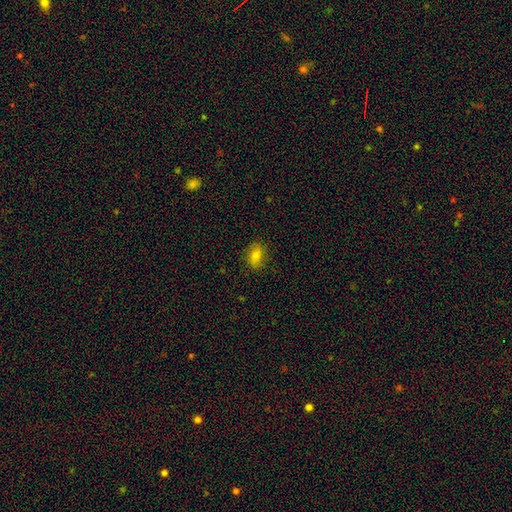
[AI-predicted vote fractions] A smooth galaxy with no disk features (78%) that is in between round and cigar-shaped (81%).

Vote fractions:
- Smooth or featured? smooth: 78% / featured or disk: 12% / star or artifact: 10%
- How rounded? in between: 81% / round: 17% / cigar-shaped: 3%
- Merging? none: 84% / minor disturbance: 12% / major disturbance: 3% / merger: 1%